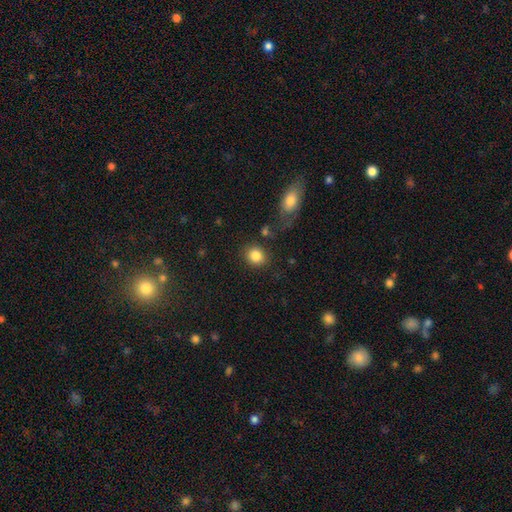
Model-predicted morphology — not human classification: Smooth or featured: smooth — 85% (star or artifact — 9%)
How rounded: round — 70% (in between — 29%)
Merging: none — 82% (minor disturbance — 10%)